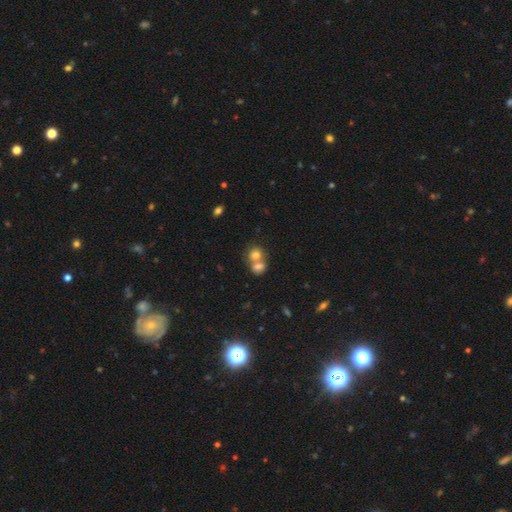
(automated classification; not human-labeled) A smooth galaxy with no disk features (76%) that is round (68%). Merging: merger (64%).